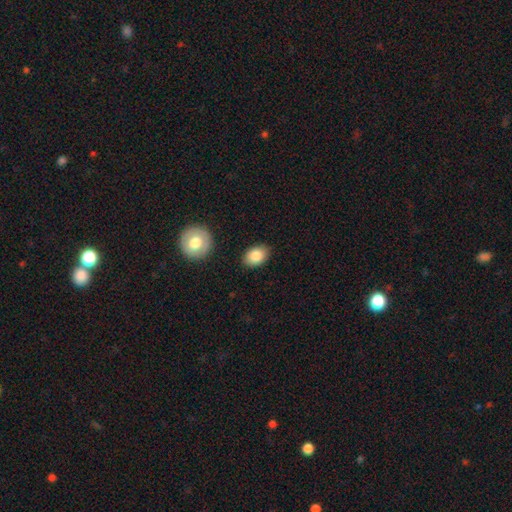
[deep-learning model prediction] Morphology: type=smooth (84%); roundness=in between (79%); merging=none (86%).